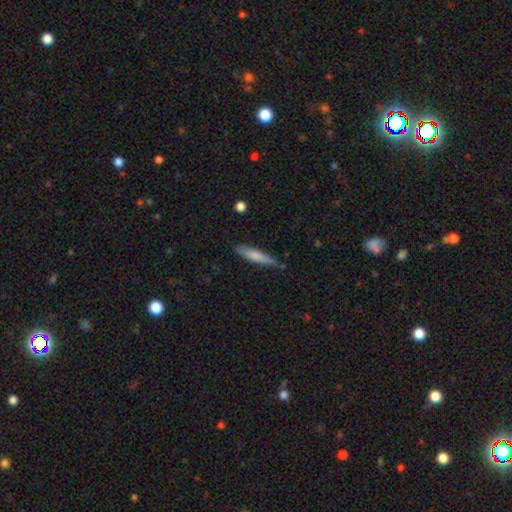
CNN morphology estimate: Smooth or featured?
  - smooth: 69% *
  - featured or disk: 25%
  - star or artifact: 6%
How rounded?
  - cigar-shaped: 89% *
  - in between: 10%
  - round: 1%
Merging?
  - none: 79% *
  - minor disturbance: 15%
  - merger: 3%
  - major disturbance: 3%